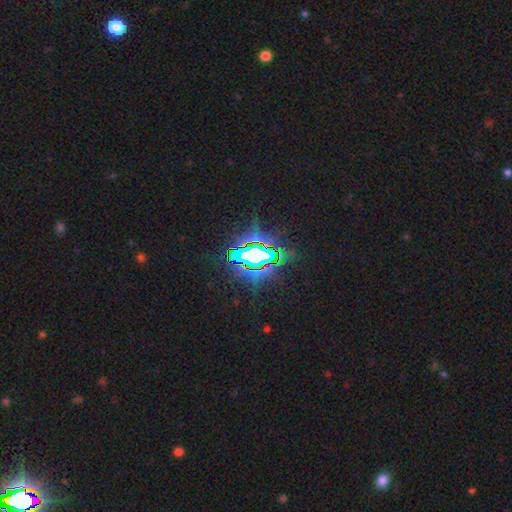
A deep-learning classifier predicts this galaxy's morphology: smooth_or_featured: star or artifact (p=0.76) [alt: featured or disk p=0.12]